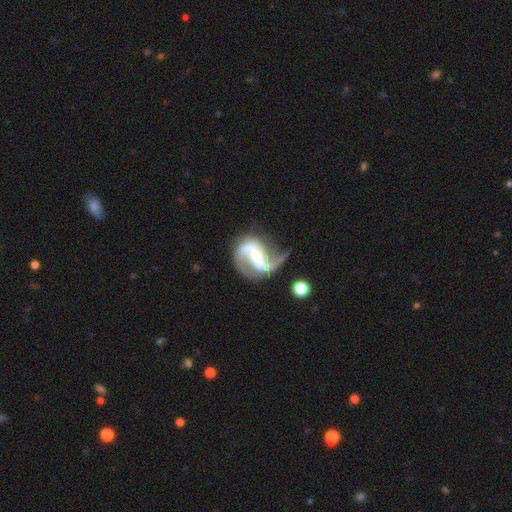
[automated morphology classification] smooth-or-featured: featured or disk: 90% | star or artifact: 5% | smooth: 5%
  disk-edge-on: no: 98% | yes: 2%
    bar: weak: 36% (tied) | strong: 36% (tied) | no: 28%
    has-spiral-arms: yes: 97% | no: 3%
      spiral-winding: loose: 45% | medium: 44% | tight: 11%
      spiral-arm-count: 2: 88% | 1: 5% | can't tell: 2% | 3: 2% | 4: 1% | more than 4: 1%
    bulge-size: moderate: 51% | small: 42% | large: 4% | none: 2% | dominant: 1%
  merging: none: 53% | minor disturbance: 21% | major disturbance: 19% | merger: 7%